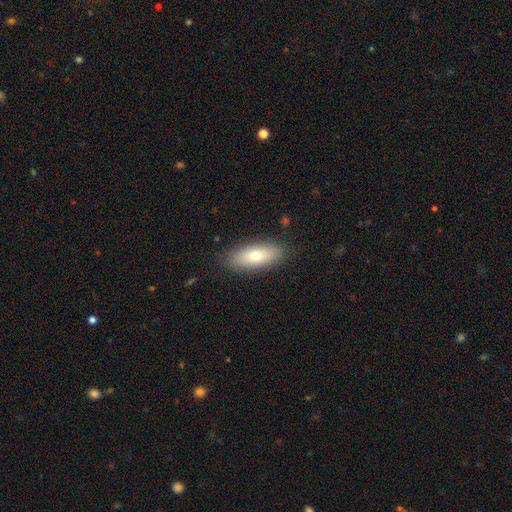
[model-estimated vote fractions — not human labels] smooth 71%, featured or disk 22%, star or artifact 7%. Down the decision tree: how rounded — in between (76%); merging — none (87%).